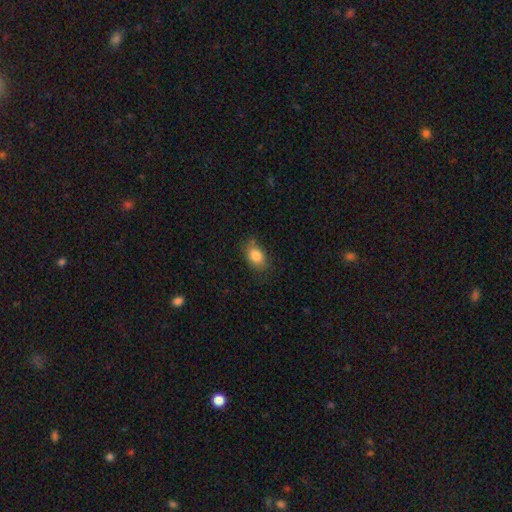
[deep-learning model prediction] This is clearly a smooth galaxy (83%). How rounded: clearly in between (83%). Merging: likely none (75%).